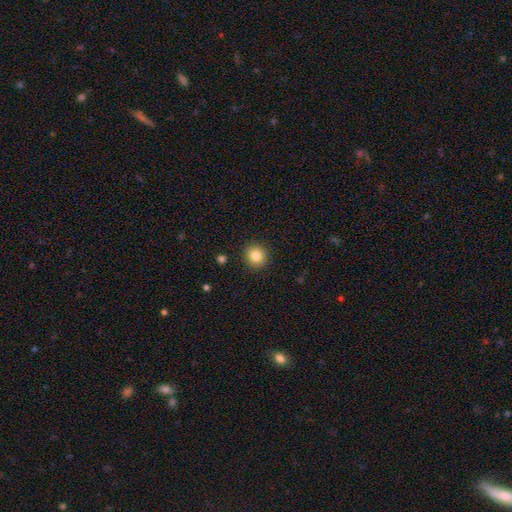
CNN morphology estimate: smooth-or-featured: smooth: 83% | star or artifact: 10% | featured or disk: 6%
  how-rounded: round: 92% | in between: 7% | cigar-shaped: 1%
  merging: none: 91% | minor disturbance: 6% | major disturbance: 2% | merger: 1%